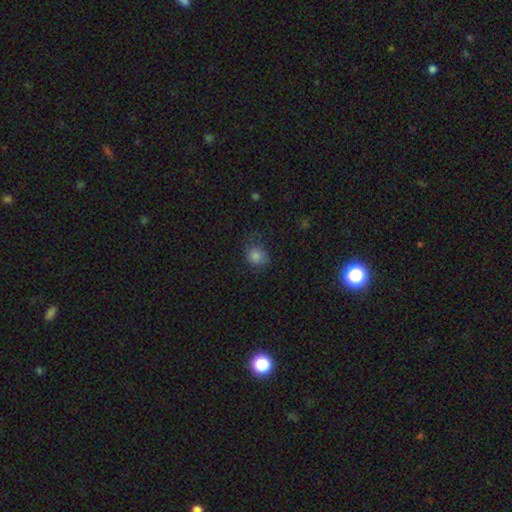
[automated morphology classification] Smooth or featured? Predicted: smooth (p=0.81). How rounded? Predicted: round (p=0.71). Merging? Predicted: none (p=0.64).